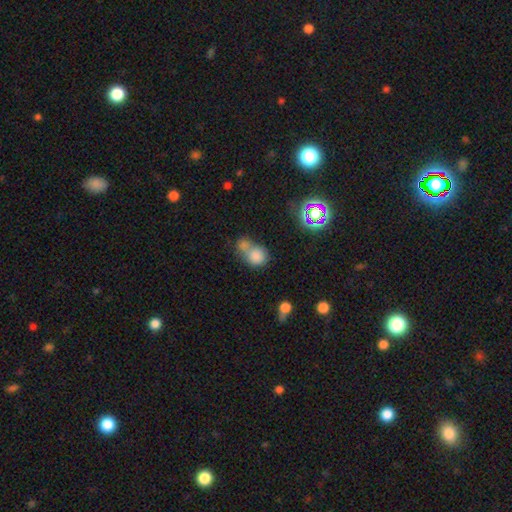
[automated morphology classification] Smooth or featured?
  - smooth: 76% *
  - star or artifact: 14%
  - featured or disk: 10%
How rounded?
  - round: 65% *
  - in between: 33%
  - cigar-shaped: 1%
Merging?
  - merger: 58% *
  - none: 27%
  - minor disturbance: 9%
  - major disturbance: 5%